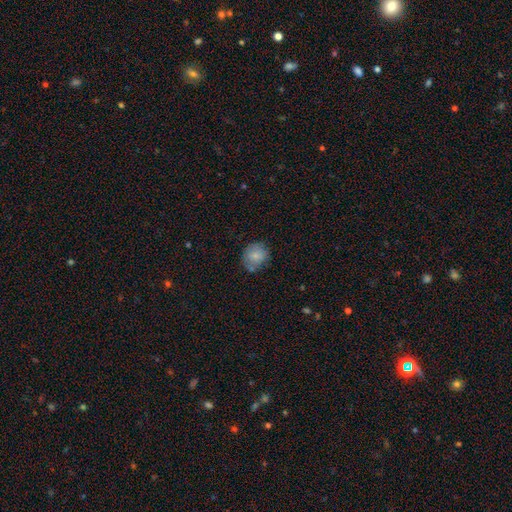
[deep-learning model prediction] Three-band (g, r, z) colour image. It shows a smooth galaxy with no disk features (80%) that is round (74%). Merging: none (68%).